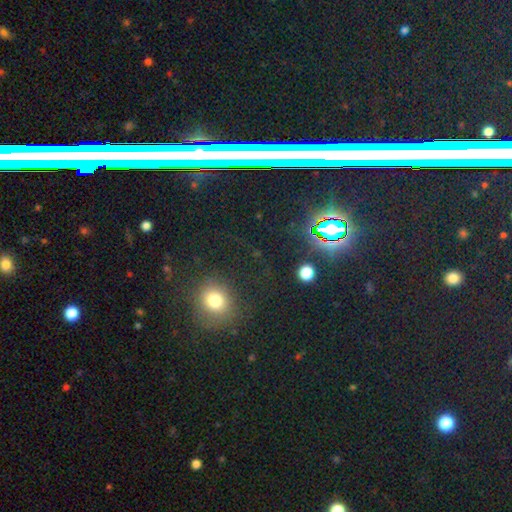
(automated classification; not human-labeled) Overall: smooth (54%; star or artifact 37%). How rounded: round (74%). Merging: none (91%).